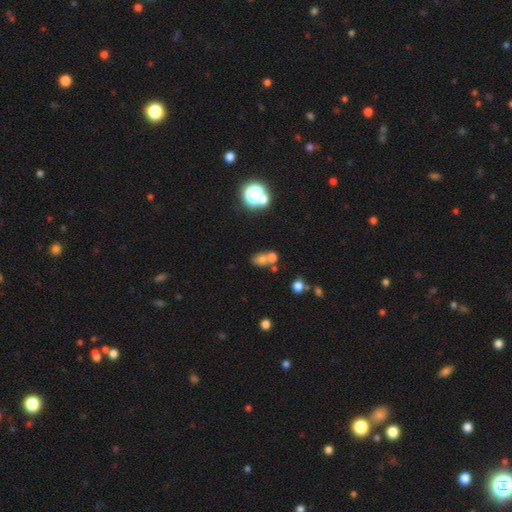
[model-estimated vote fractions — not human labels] smooth_or_featured: smooth (p=0.62) [alt: star or artifact p=0.23]
how_rounded: in between (p=0.55) [alt: round p=0.43]
merging: merger (p=0.47) [alt: none p=0.38]